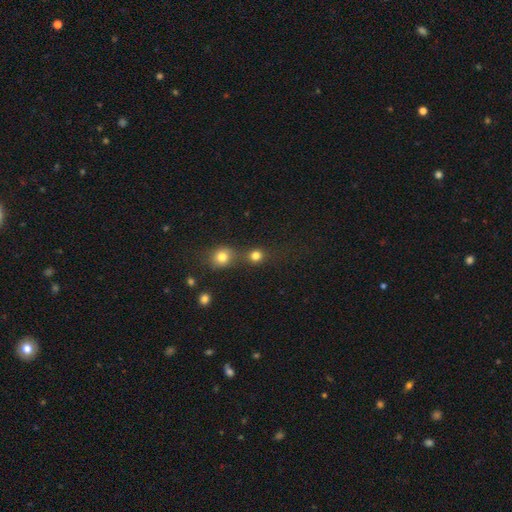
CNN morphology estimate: This is likely a smooth galaxy (79%). How rounded: clearly round (88%). Merging: possibly none (56%).